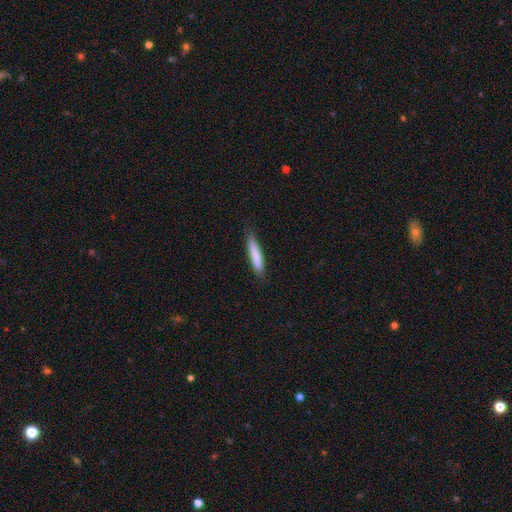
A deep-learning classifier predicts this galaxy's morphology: Overall: smooth (82%). How rounded: cigar-shaped (89%). Merging: none (84%).